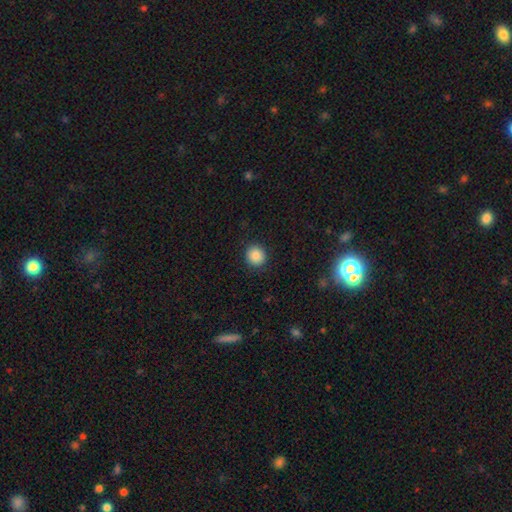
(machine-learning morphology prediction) Smooth or featured? Predicted: smooth (p=0.87). How rounded? Predicted: round (p=0.89). Merging? Predicted: none (p=0.90).